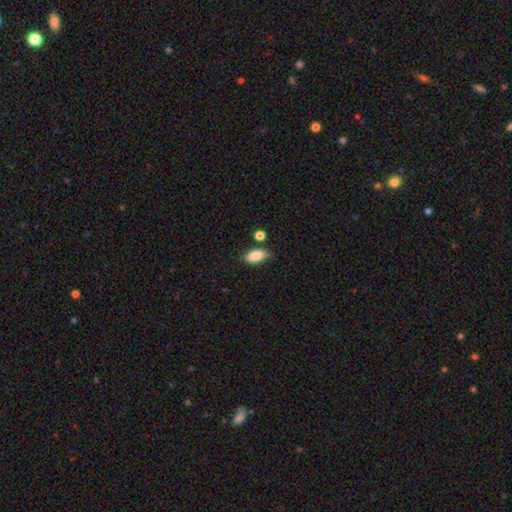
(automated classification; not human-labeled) Smooth or featured? Predicted: smooth (p=0.86). How rounded? Predicted: in between (p=0.89). Merging? Predicted: none (p=0.72).